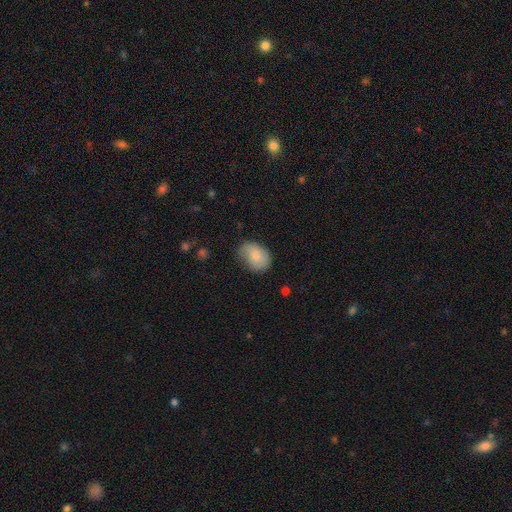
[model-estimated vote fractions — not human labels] Smooth or featured? Predicted: smooth (p=0.78). How rounded? Predicted: in between (p=0.75). Merging? Predicted: none (p=0.64).